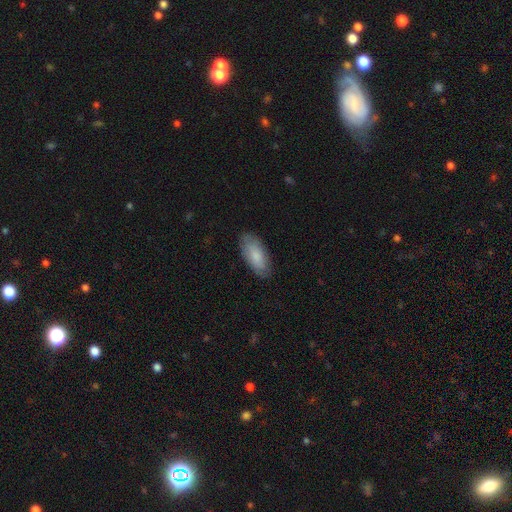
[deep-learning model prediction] smooth_or_featured: smooth (p=0.82) [alt: featured or disk p=0.13]
how_rounded: in between (p=0.88) [alt: cigar-shaped p=0.10]
merging: none (p=0.83) [alt: minor disturbance p=0.13]